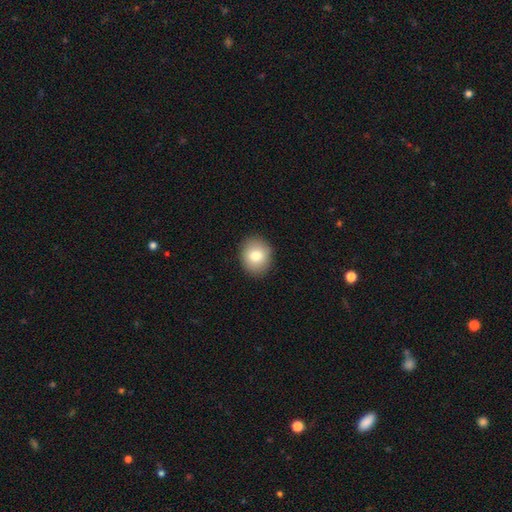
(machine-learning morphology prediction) type=smooth (80%); roundness=round (63%); merging=none (90%).